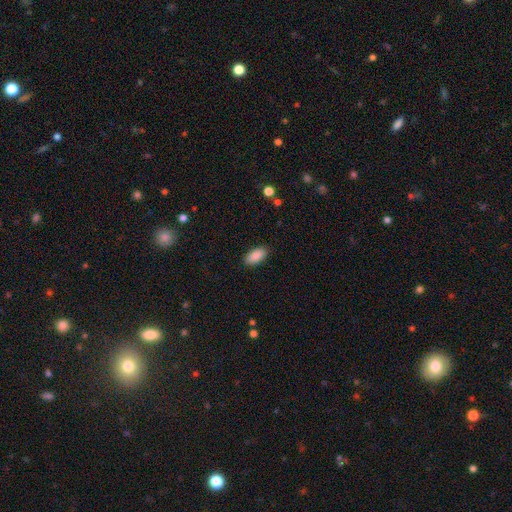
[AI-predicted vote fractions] A smooth galaxy with no disk features (89%) that is in between round and cigar-shaped (94%).

Vote fractions:
- Smooth or featured? smooth: 89% / star or artifact: 7% / featured or disk: 4%
- How rounded? in between: 94% / cigar-shaped: 4% / round: 3%
- Merging? none: 88% / minor disturbance: 8% / major disturbance: 2% / merger: 1%